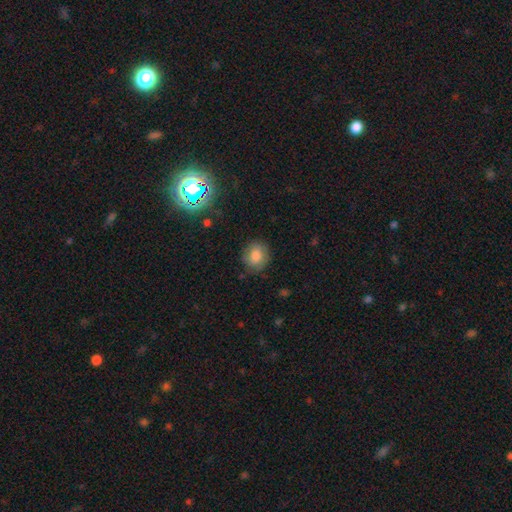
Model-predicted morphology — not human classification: smooth-or-featured: smooth: 80% | featured or disk: 11% | star or artifact: 9%
  how-rounded: round: 73% | in between: 26% | cigar-shaped: 1%
  merging: none: 78% | minor disturbance: 16% | major disturbance: 4% | merger: 1%